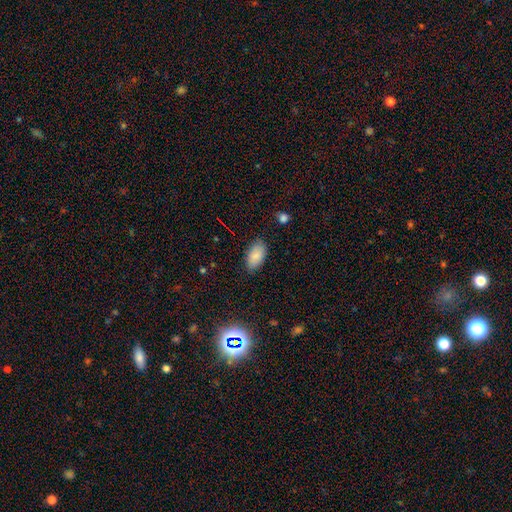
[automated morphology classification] Q: Smooth or featured?
A: smooth (85%); runner-up: star or artifact (8%)
Q: How rounded?
A: in between (94%); runner-up: round (3%)
Q: Merging?
A: none (83%); runner-up: minor disturbance (13%)